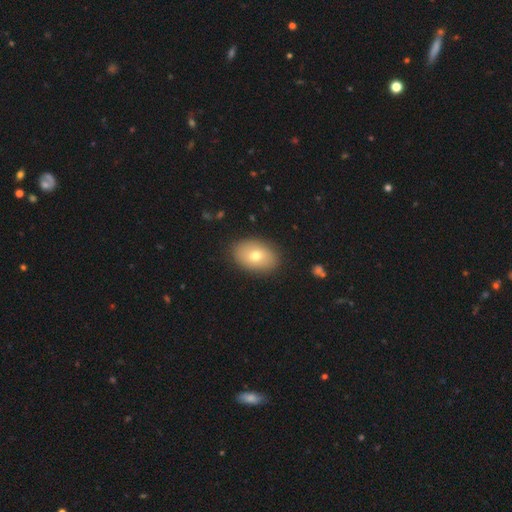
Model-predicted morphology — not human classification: type=smooth (72%); roundness=in between (83%); merging=none (88%).